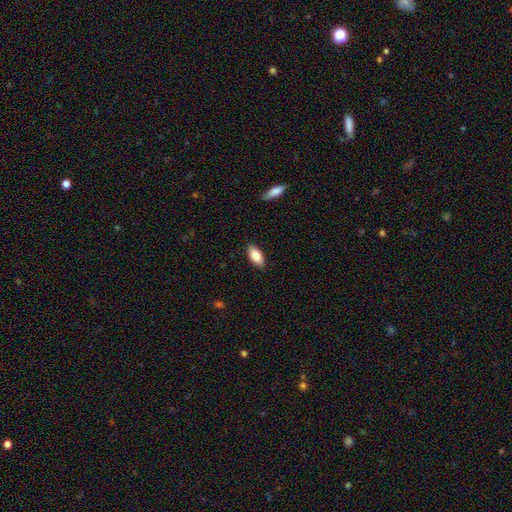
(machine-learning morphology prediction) This appears to be a smooth galaxy with no disk features (81%) that is in between round and cigar-shaped (88%). Merging: none (87%).